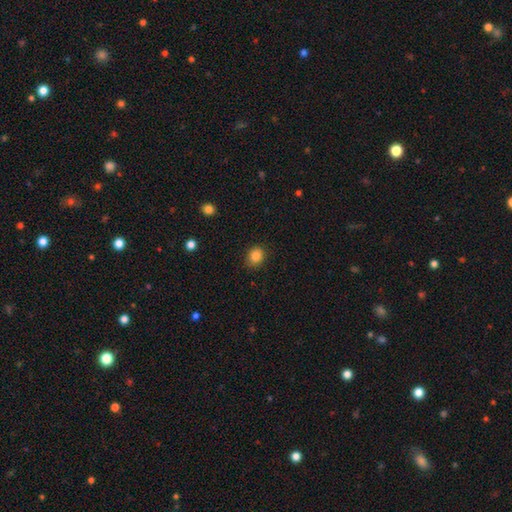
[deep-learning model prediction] Smooth or featured: smooth — 85% (star or artifact — 10%)
How rounded: round — 66% (in between — 33%)
Merging: none — 87% (minor disturbance — 10%)